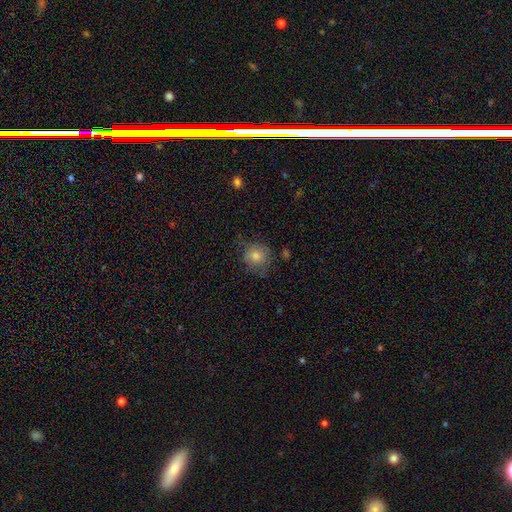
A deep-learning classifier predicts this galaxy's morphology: Smooth or featured? smooth (71%)
How rounded? round (84%)
Merging? none (65%)